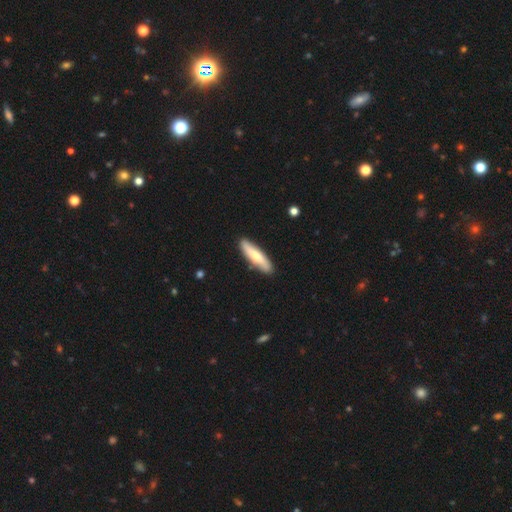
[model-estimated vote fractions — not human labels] Smooth or featured: smooth — 62% (featured or disk — 33%)
How rounded: cigar-shaped — 76% (in between — 23%)
Merging: none — 87% (minor disturbance — 10%)